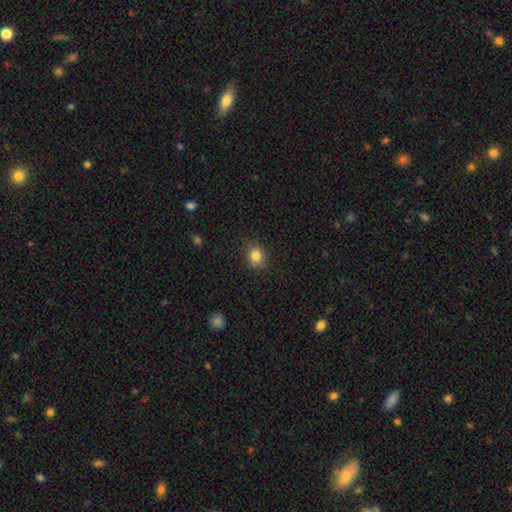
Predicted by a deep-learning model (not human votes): Overall: smooth (83%). How rounded: round (67%; in between 32%). Merging: none (86%).